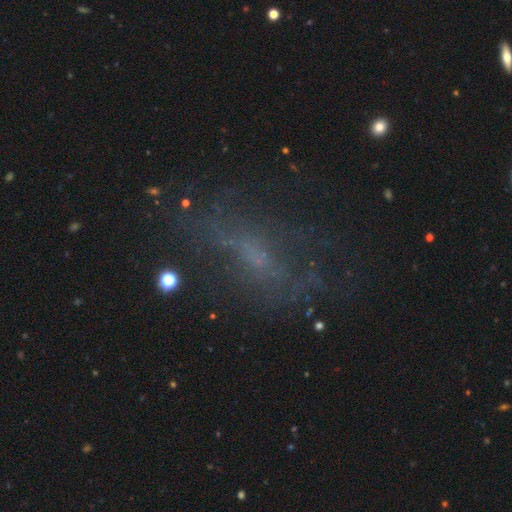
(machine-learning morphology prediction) A featured or disk galaxy (50%).

Vote fractions:
- Smooth or featured? featured or disk: 50% / smooth: 27% / star or artifact: 23%
- Merging? none: 53% / major disturbance: 24% / minor disturbance: 19% / merger: 3%